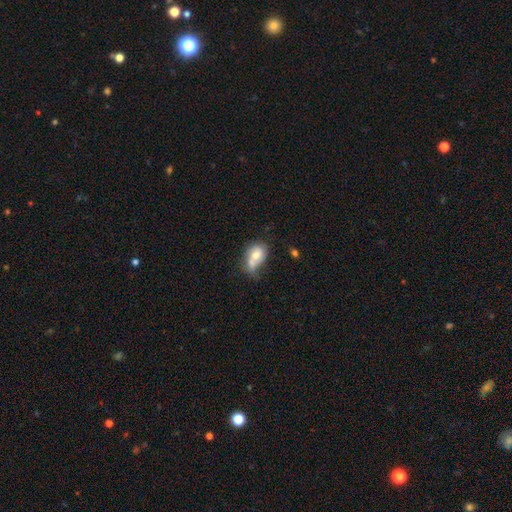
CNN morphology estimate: Smooth or featured?
  - smooth: 67% *
  - featured or disk: 25%
  - star or artifact: 8%
How rounded?
  - in between: 73% *
  - round: 25%
  - cigar-shaped: 2%
Merging?
  - merger: 39% *
  - none: 27%
  - minor disturbance: 22%
  - major disturbance: 12%